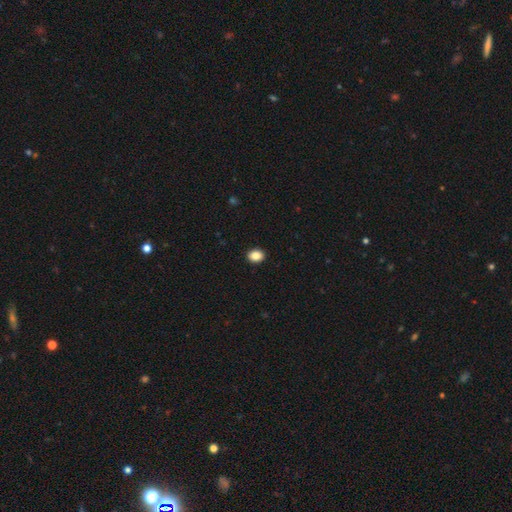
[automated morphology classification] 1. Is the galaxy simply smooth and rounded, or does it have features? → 87% smooth, 9% star or artifact, 4% featured or disk.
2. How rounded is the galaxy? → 55% in between, 44% round, 1% cigar-shaped.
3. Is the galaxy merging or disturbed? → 92% none, 6% minor disturbance, 2% major disturbance, 1% merger.